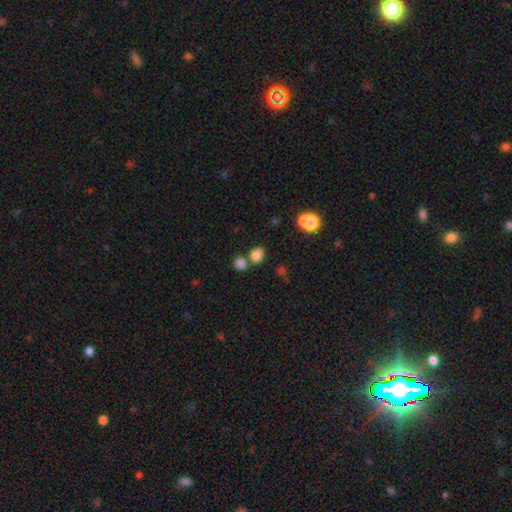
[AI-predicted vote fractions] smooth-or-featured: smooth: 78% | star or artifact: 14% | featured or disk: 8%
  how-rounded: round: 69% | in between: 30% | cigar-shaped: 1%
  merging: none: 53% | merger: 31% | minor disturbance: 11% | major disturbance: 5%